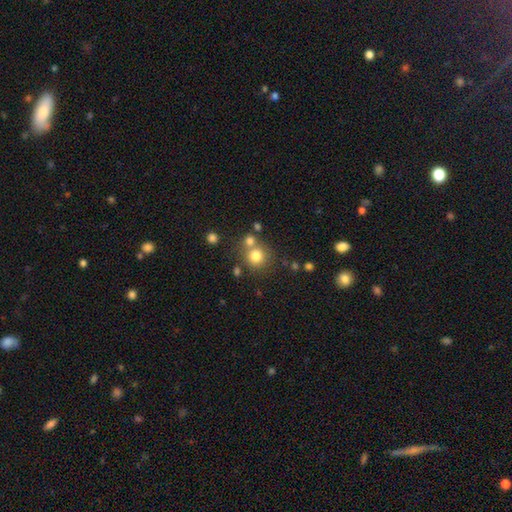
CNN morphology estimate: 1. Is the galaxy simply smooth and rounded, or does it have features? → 78% smooth, 13% star or artifact, 9% featured or disk.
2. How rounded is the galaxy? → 90% round, 9% in between, 1% cigar-shaped.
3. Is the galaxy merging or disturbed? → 64% none, 23% merger, 8% minor disturbance, 4% major disturbance.